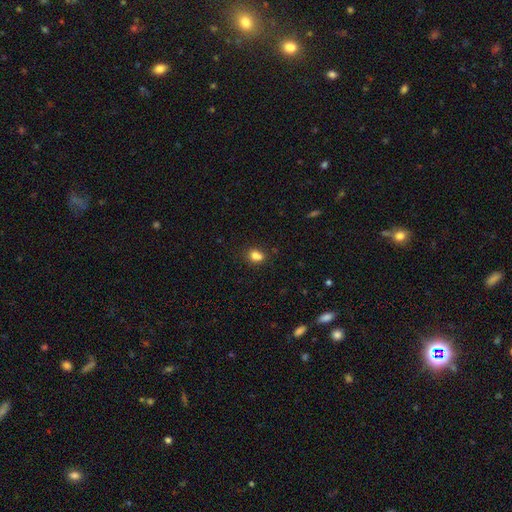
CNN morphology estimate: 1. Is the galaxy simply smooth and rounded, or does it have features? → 80% smooth, 12% star or artifact, 8% featured or disk.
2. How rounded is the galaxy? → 54% in between, 44% round, 1% cigar-shaped.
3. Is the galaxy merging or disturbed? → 60% none, 19% merger, 17% minor disturbance, 5% major disturbance.